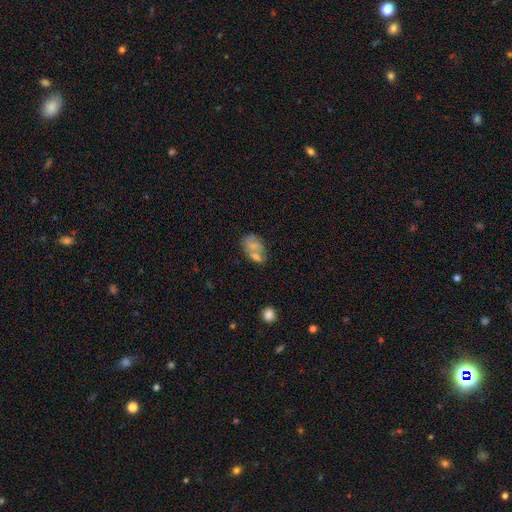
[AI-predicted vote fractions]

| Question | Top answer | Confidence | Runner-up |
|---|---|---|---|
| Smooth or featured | smooth | 55% | featured or disk (33%) |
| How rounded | in between | 81% | round (17%) |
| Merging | merger | 40% | none (34%) |